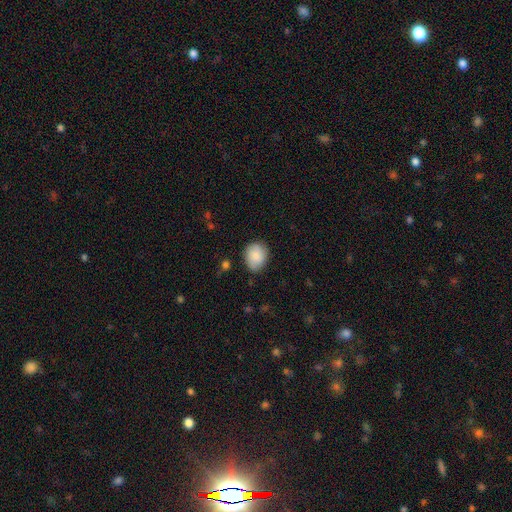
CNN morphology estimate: This appears to be a smooth galaxy with no disk features (82%) that is round (60%). Merging: none (77%).